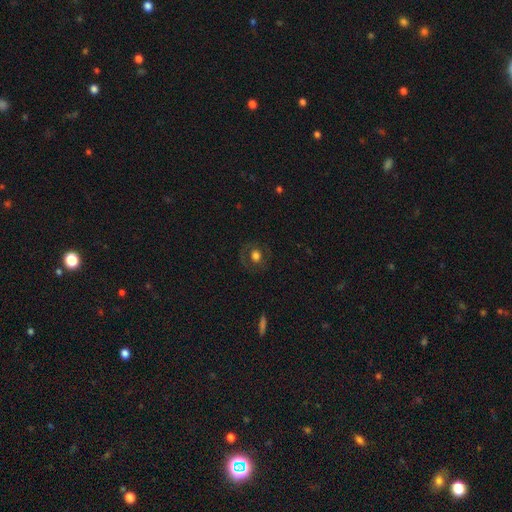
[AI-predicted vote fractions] Smooth or featured?
  - smooth: 60% *
  - featured or disk: 28%
  - star or artifact: 12%
How rounded?
  - round: 72% *
  - in between: 26%
  - cigar-shaped: 1%
Merging?
  - none: 78% *
  - minor disturbance: 12%
  - major disturbance: 8%
  - merger: 1%